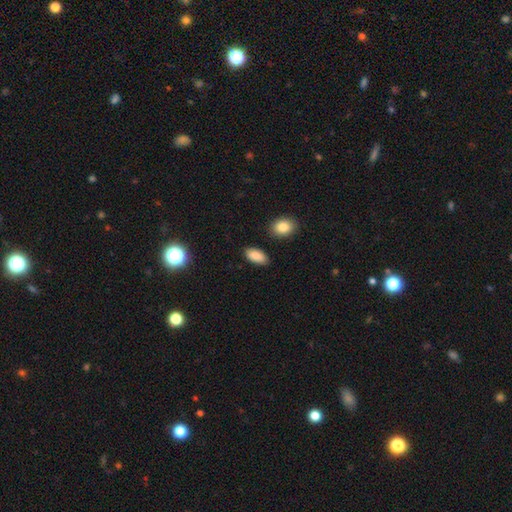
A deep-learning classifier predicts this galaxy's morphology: smooth-or-featured: smooth: 88% | star or artifact: 7% | featured or disk: 4%
  how-rounded: in between: 92% | cigar-shaped: 5% | round: 3%
  merging: none: 85% | minor disturbance: 10% | merger: 2% | major disturbance: 2%